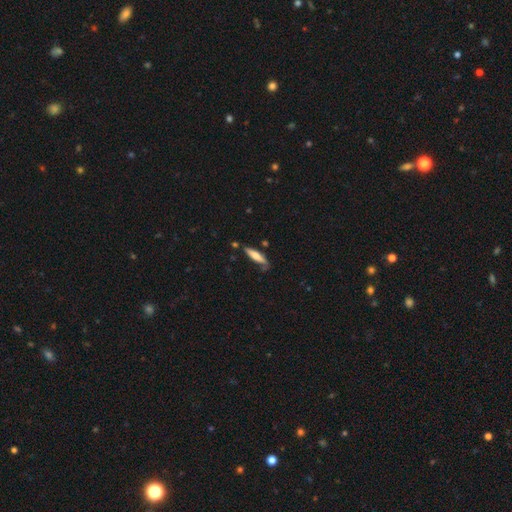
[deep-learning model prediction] Q: Smooth or featured?
A: smooth (63%); runner-up: featured or disk (31%)
Q: How rounded?
A: cigar-shaped (78%); runner-up: in between (20%)
Q: Merging?
A: none (65%); runner-up: minor disturbance (23%)